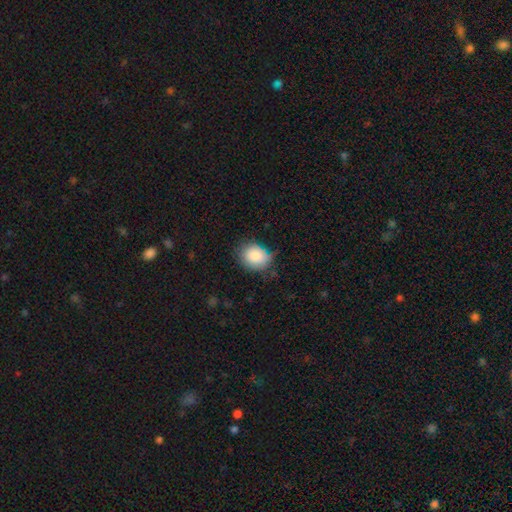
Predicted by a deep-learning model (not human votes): Smooth or featured? Predicted: smooth (p=0.85). How rounded? Predicted: round (p=0.54). Merging? Predicted: none (p=0.68).